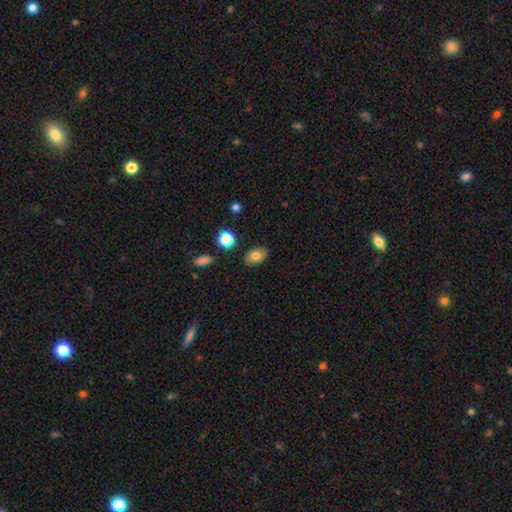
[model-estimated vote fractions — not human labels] Smooth or featured? smooth (77%)
How rounded? in between (86%)
Merging? none (85%)